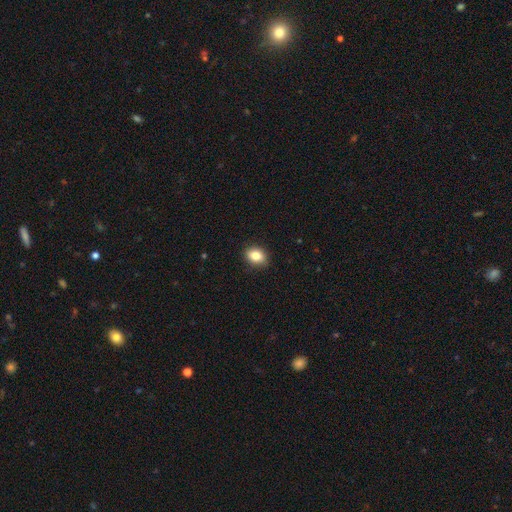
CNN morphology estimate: Smooth or featured?
  - smooth: 84% *
  - star or artifact: 9%
  - featured or disk: 7%
How rounded?
  - in between: 66% *
  - round: 33%
  - cigar-shaped: 1%
Merging?
  - none: 89% *
  - minor disturbance: 9%
  - major disturbance: 2%
  - merger: 1%